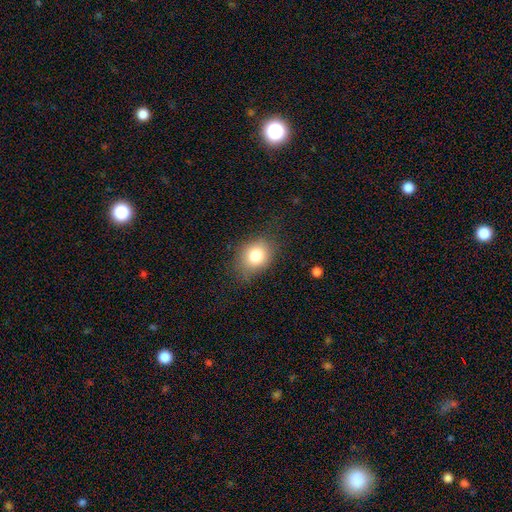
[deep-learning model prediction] Overall: smooth (80%). How rounded: in between (54%; round 45%). Merging: none (72%).